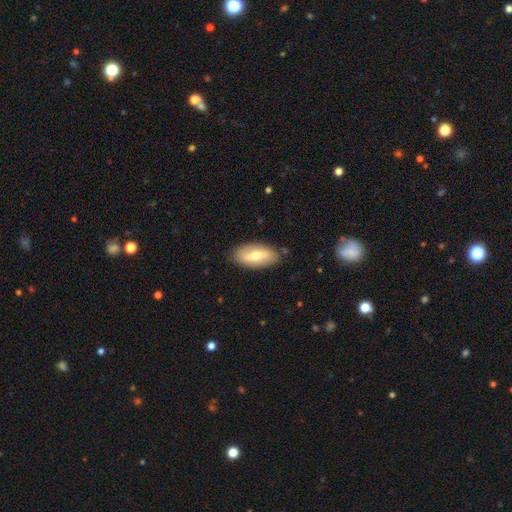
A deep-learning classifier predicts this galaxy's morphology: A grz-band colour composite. It shows a smooth galaxy with no disk features (57%) that is in between round and cigar-shaped (88%). Merging: none (85%).